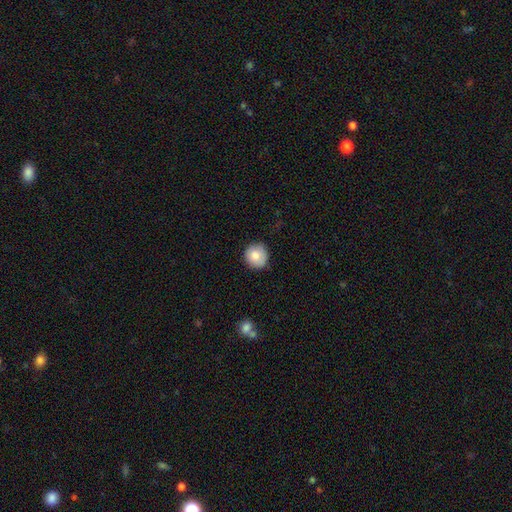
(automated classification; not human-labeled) A smooth galaxy with no disk features (85%) that is round (89%). Merging: none (82%).